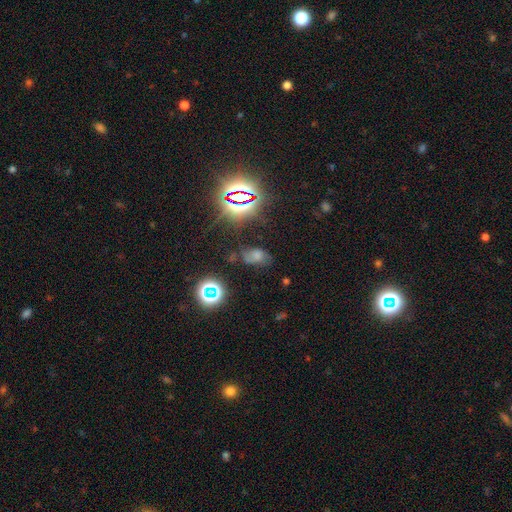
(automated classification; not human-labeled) Morphology: type=smooth (51%); roundness=in between (82%); merging=none (52%).